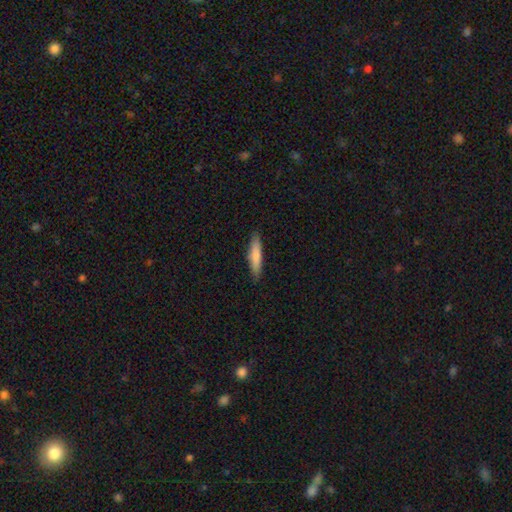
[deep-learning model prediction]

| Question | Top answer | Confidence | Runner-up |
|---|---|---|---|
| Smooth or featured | smooth | 80% | featured or disk (15%) |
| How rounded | cigar-shaped | 85% | in between (14%) |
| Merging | none | 88% | minor disturbance (9%) |